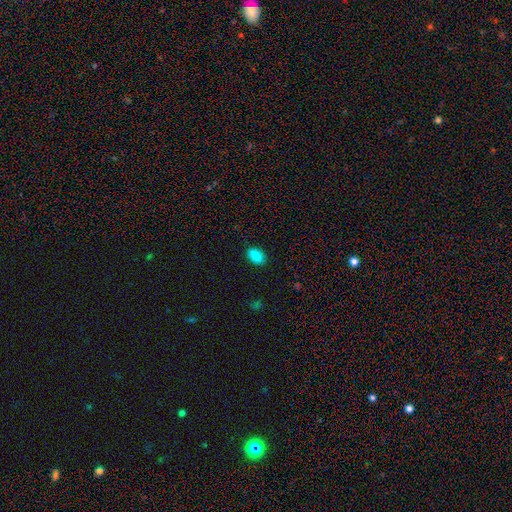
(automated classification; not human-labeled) The model was most divided on "how rounded": in between: 86%, round: 13%, cigar-shaped: 1%. More confident: smooth or featured — smooth (88%); merging — none (87%).